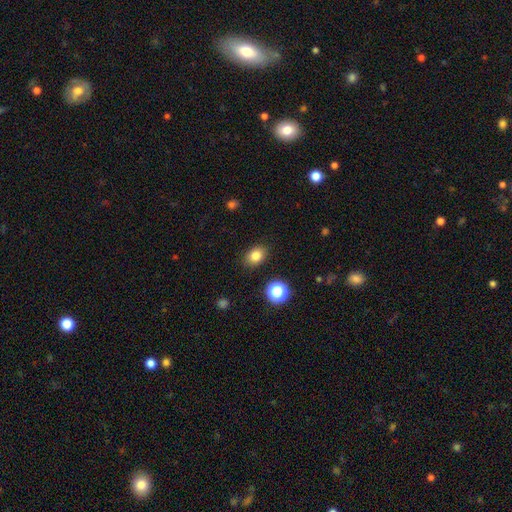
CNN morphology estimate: Q: Smooth or featured?
A: smooth (82%); runner-up: star or artifact (12%)
Q: How rounded?
A: in between (63%); runner-up: round (36%)
Q: Merging?
A: none (87%); runner-up: minor disturbance (9%)